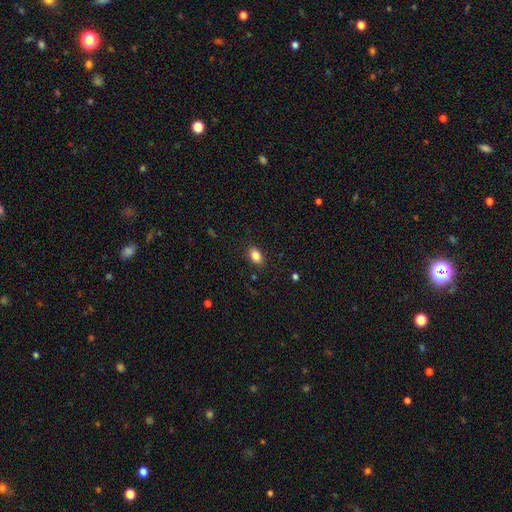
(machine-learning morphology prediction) Q: Smooth or featured?
A: smooth (84%); runner-up: star or artifact (9%)
Q: How rounded?
A: in between (83%); runner-up: round (16%)
Q: Merging?
A: none (87%); runner-up: minor disturbance (9%)